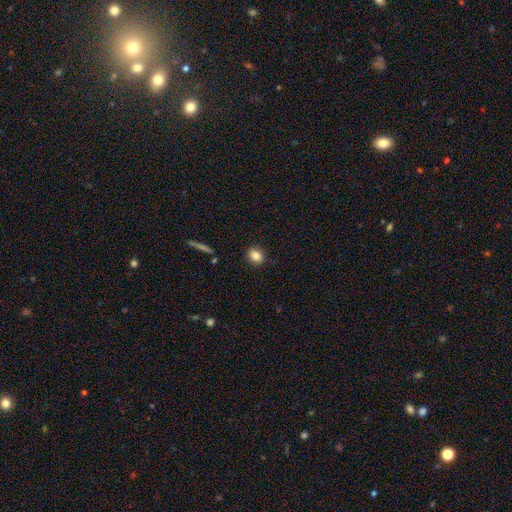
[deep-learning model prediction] Smooth or featured? Predicted: smooth (p=0.84). How rounded? Predicted: round (p=0.64). Merging? Predicted: none (p=0.89).